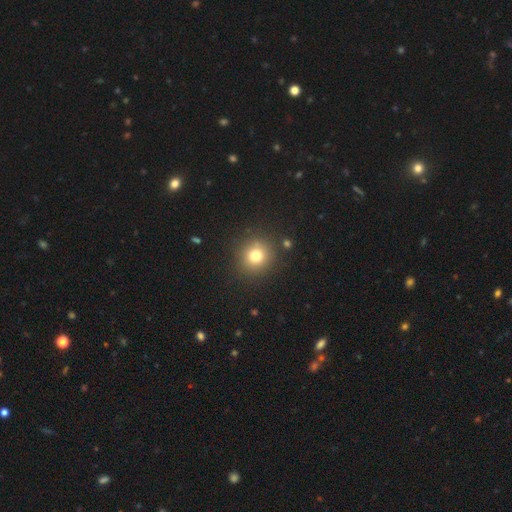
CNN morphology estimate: Smooth or featured?
  - smooth: 77% *
  - star or artifact: 14%
  - featured or disk: 9%
How rounded?
  - round: 90% *
  - in between: 9%
  - cigar-shaped: 1%
Merging?
  - none: 88% *
  - minor disturbance: 7%
  - major disturbance: 3%
  - merger: 3%